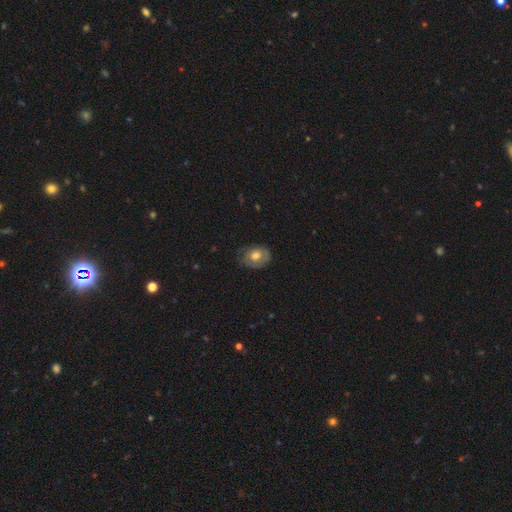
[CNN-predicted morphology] Smooth or featured? smooth (54%)
How rounded? in between (63%)
Merging? none (70%)